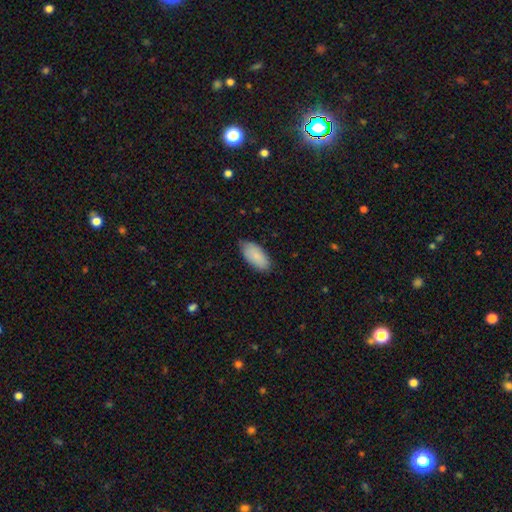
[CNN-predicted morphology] A smooth galaxy with no disk features (86%) that is in between round and cigar-shaped (93%). Merging: none (78%).